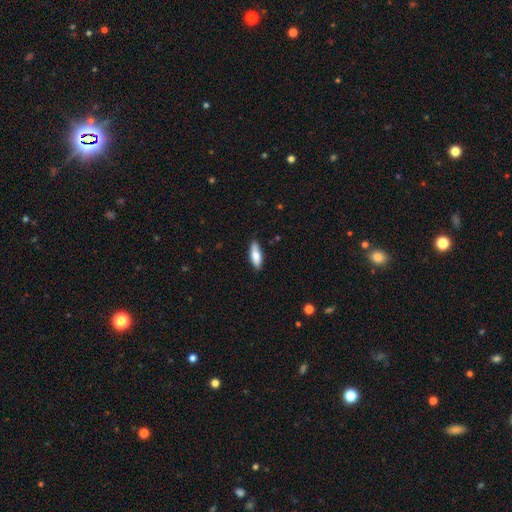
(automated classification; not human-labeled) A smooth galaxy with no disk features (77%) that is in between round and cigar-shaped (64%). Merging: none (85%).